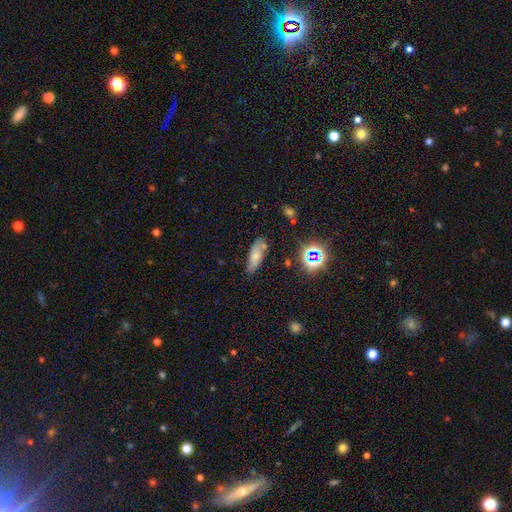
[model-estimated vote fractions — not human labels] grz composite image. It shows a smooth galaxy with no disk features (61%) that is in between round and cigar-shaped (63%). Merging: none (65%).